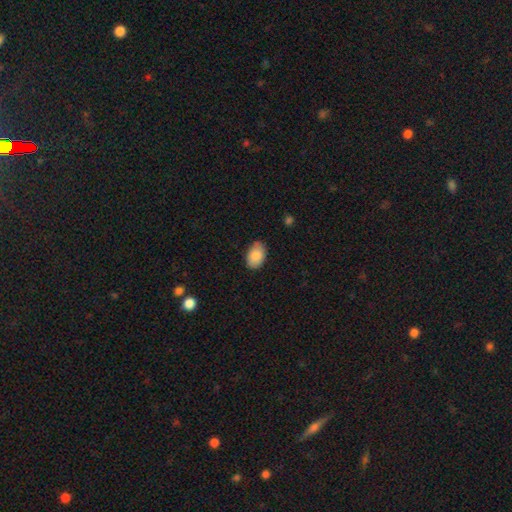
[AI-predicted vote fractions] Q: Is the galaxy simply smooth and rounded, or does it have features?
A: smooth — 85%.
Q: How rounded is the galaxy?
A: in between — 90%.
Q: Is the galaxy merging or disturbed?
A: none — 83%.